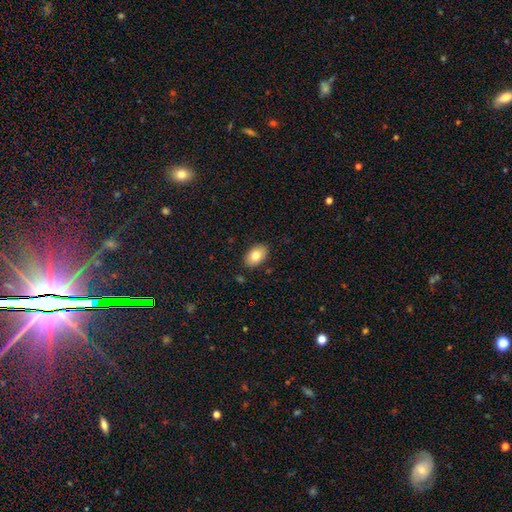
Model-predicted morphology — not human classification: This appears to be a smooth galaxy with no disk features (81%) that is in between round and cigar-shaped (89%). Merging: none (88%).